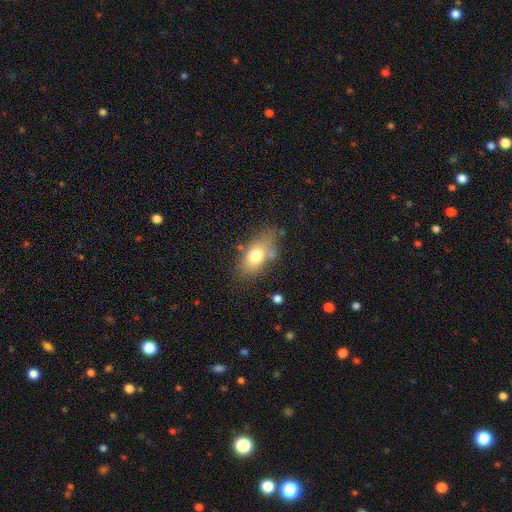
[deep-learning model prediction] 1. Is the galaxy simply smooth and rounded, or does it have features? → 72% smooth, 20% featured or disk, 8% star or artifact.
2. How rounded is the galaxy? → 86% in between, 9% round, 4% cigar-shaped.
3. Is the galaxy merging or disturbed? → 60% none, 24% minor disturbance, 9% major disturbance, 7% merger.